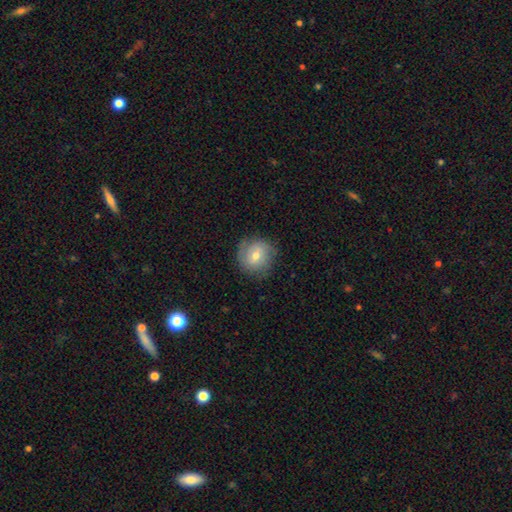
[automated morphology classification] A smooth galaxy with no disk features (53%) that is round (88%). Merging: none (79%).